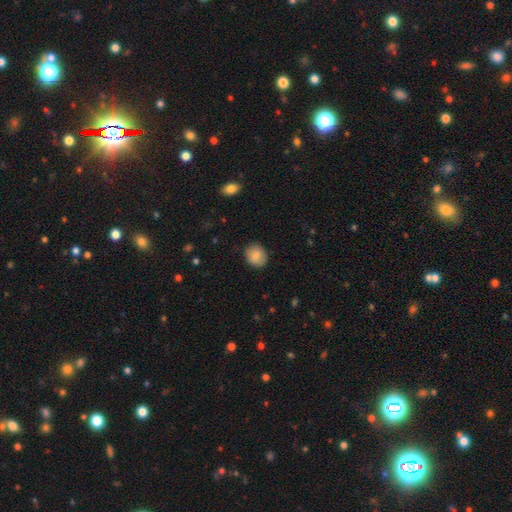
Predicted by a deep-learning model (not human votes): Q: Smooth or featured?
A: smooth (84%); runner-up: featured or disk (8%)
Q: How rounded?
A: round (65%); runner-up: in between (34%)
Q: Merging?
A: none (87%); runner-up: minor disturbance (10%)